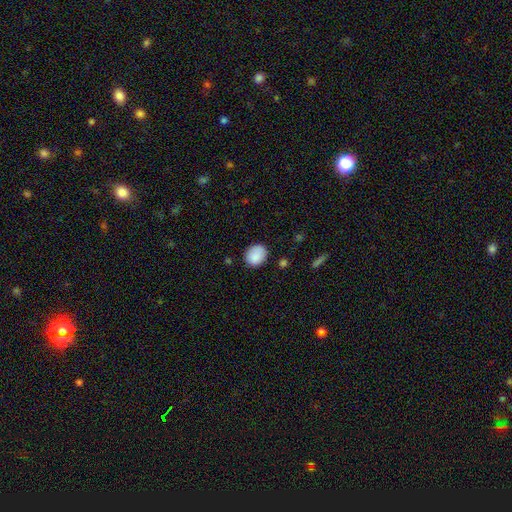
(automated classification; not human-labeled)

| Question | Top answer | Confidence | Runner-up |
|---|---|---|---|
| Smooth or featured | smooth | 88% | star or artifact (8%) |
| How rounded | round | 64% | in between (35%) |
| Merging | none | 80% | minor disturbance (16%) |